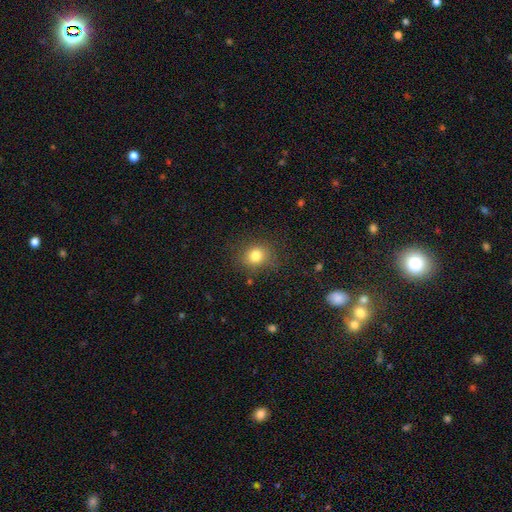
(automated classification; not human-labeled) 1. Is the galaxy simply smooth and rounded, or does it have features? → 80% smooth, 12% star or artifact, 7% featured or disk.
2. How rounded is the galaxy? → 70% round, 29% in between, 1% cigar-shaped.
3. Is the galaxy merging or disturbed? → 81% none, 13% minor disturbance, 5% major disturbance, 2% merger.